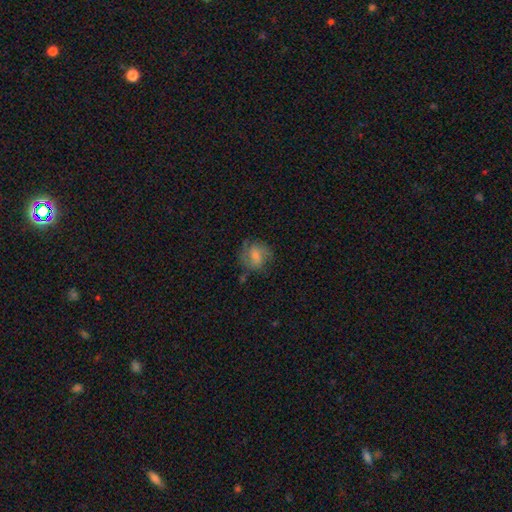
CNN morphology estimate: Smooth or featured: smooth — 47% (featured or disk — 44%)
Merging: none — 61% (minor disturbance — 23%)